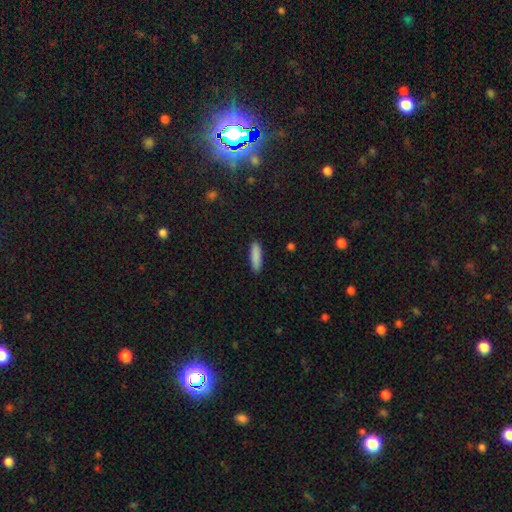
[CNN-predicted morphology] Q: Smooth or featured?
A: smooth (88%); runner-up: star or artifact (6%)
Q: How rounded?
A: cigar-shaped (69%); runner-up: in between (30%)
Q: Merging?
A: none (90%); runner-up: minor disturbance (8%)